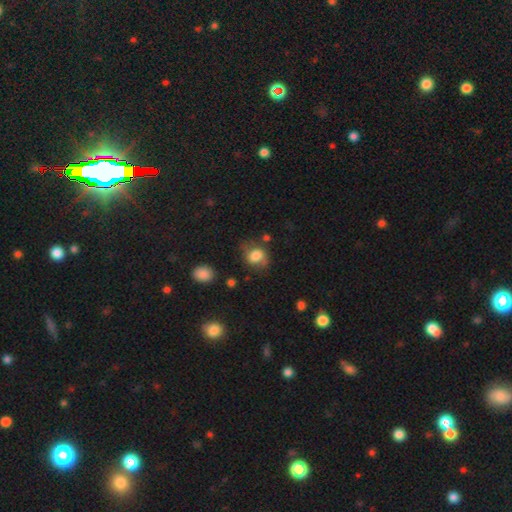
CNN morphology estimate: A smooth galaxy with no disk features (76%) that is round (56%).

Vote fractions:
- Smooth or featured? smooth: 76% / featured or disk: 15% / star or artifact: 9%
- How rounded? round: 56% / in between: 43% / cigar-shaped: 1%
- Merging? none: 57% / minor disturbance: 26% / major disturbance: 13% / merger: 4%